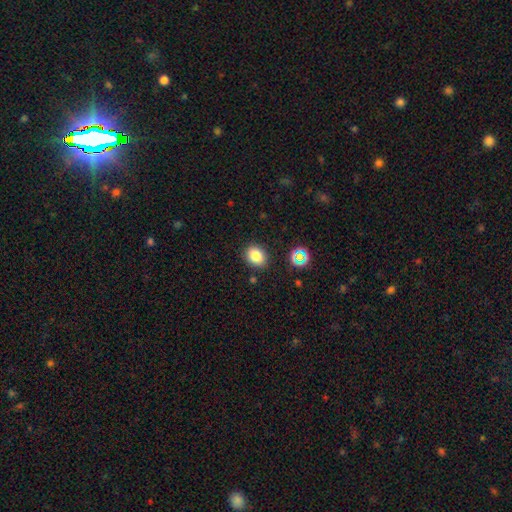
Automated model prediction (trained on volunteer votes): A smooth galaxy with no disk features (79%) that is in between round and cigar-shaped (51%).

Vote fractions:
- Smooth or featured? smooth: 79% / star or artifact: 13% / featured or disk: 7%
- How rounded? in between: 51% / round: 48% / cigar-shaped: 1%
- Merging? none: 86% / minor disturbance: 9% / major disturbance: 3% / merger: 2%